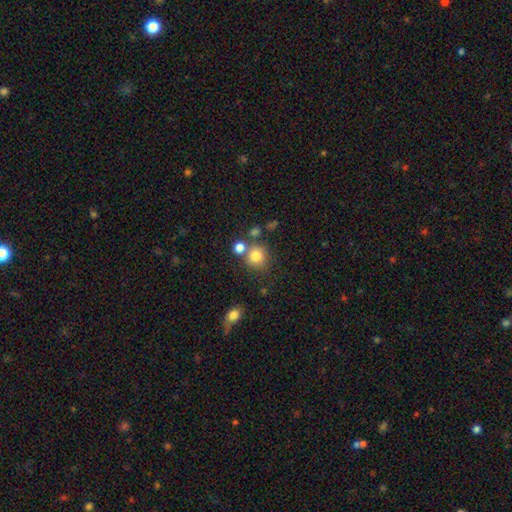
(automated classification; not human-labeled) Smooth or featured?
  - smooth: 79% *
  - star or artifact: 13%
  - featured or disk: 8%
How rounded?
  - round: 86% *
  - in between: 13%
  - cigar-shaped: 1%
Merging?
  - none: 67% *
  - merger: 19%
  - minor disturbance: 10%
  - major disturbance: 4%